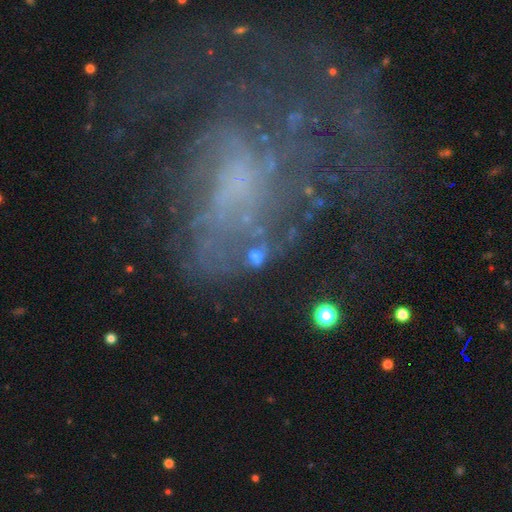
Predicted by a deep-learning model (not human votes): Smooth or featured: featured or disk — 59% (star or artifact — 22%)
Edge-on disk: no — 96% (yes — 4%)
Bar: no — 76% (weak — 17%)
Spiral arms: yes — 60% (no — 40%)
Bulge size: none — 56% (small — 28%)
Merging: none — 53% (major disturbance — 24%)